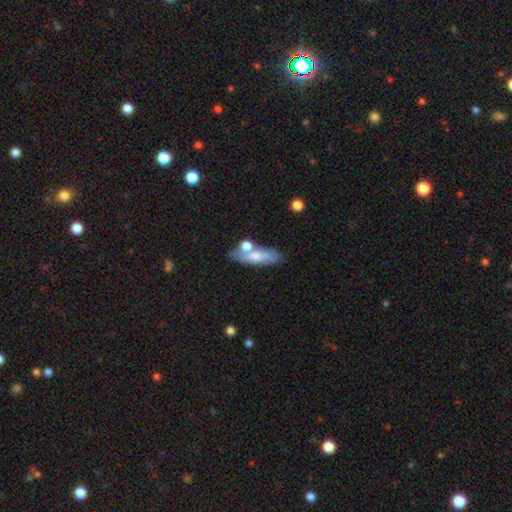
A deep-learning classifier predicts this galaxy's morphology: This is likely a smooth galaxy (66%). How rounded: possibly in between (59%). Merging: possibly none (56%).